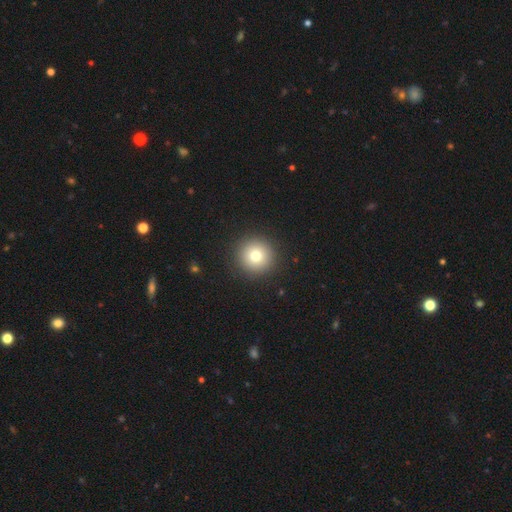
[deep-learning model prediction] A smooth galaxy with no disk features (77%) that is round (96%).

Vote fractions:
- Smooth or featured? smooth: 77% / star or artifact: 12% / featured or disk: 11%
- How rounded? round: 96% / in between: 3% / cigar-shaped: 1%
- Merging? none: 92% / minor disturbance: 5% / major disturbance: 2% / merger: 1%